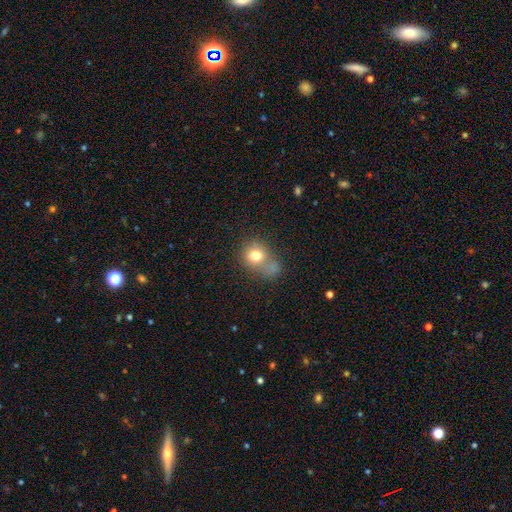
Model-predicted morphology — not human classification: A smooth galaxy with no disk features (75%) that is round (66%). Merging: merger (34%).